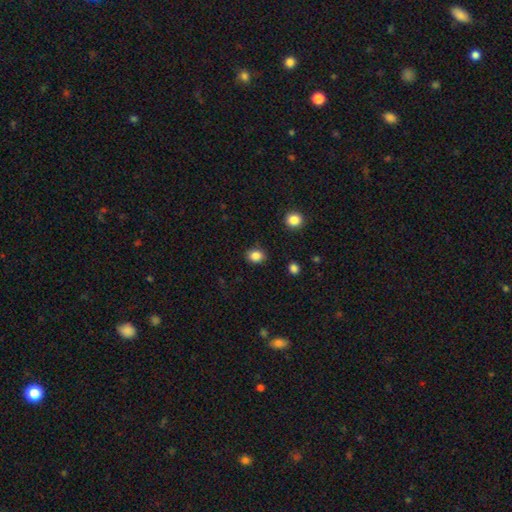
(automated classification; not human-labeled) smooth_or_featured: smooth (p=0.86) [alt: star or artifact p=0.10]
how_rounded: round (p=0.58) [alt: in between p=0.41]
merging: none (p=0.87) [alt: minor disturbance p=0.09]